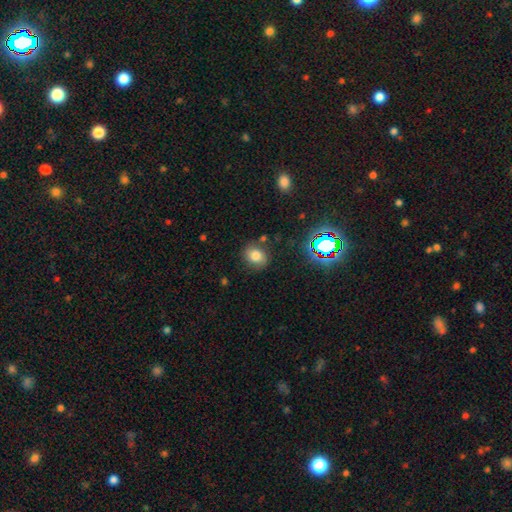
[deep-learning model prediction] A smooth galaxy with no disk features (75%) that is round (64%). Merging: none (80%).